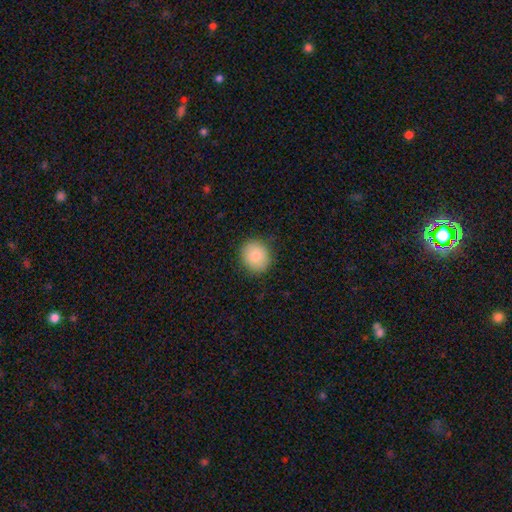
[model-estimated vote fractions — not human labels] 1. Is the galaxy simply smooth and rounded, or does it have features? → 84% smooth, 8% featured or disk, 8% star or artifact.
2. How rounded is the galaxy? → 75% round, 25% in between, 1% cigar-shaped.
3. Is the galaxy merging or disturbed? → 86% none, 10% minor disturbance, 3% major disturbance, 1% merger.